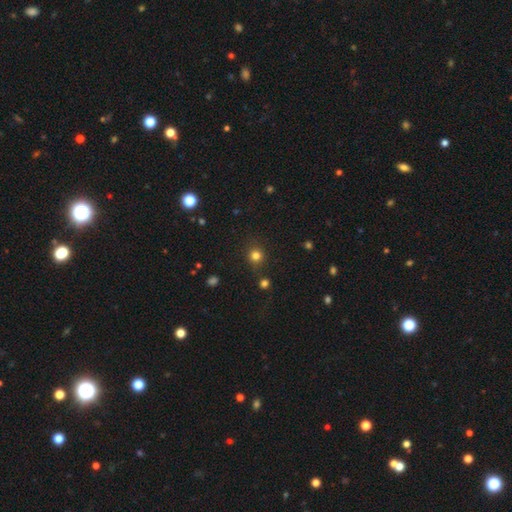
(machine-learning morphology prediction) type=smooth (80%); roundness=round (91%); merging=none (85%).